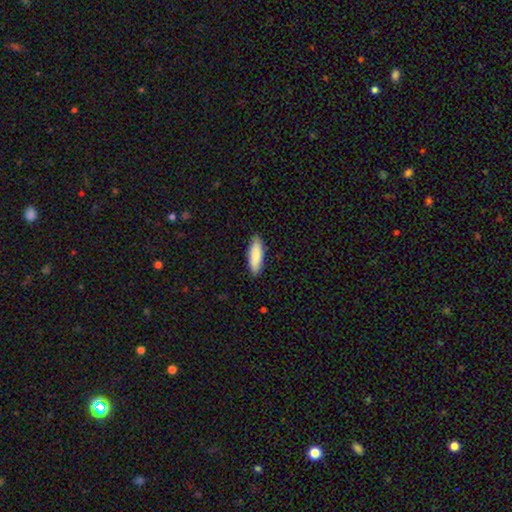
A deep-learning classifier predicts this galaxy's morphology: A smooth galaxy with no disk features (87%) that is in between round and cigar-shaped (63%). Merging: none (87%).